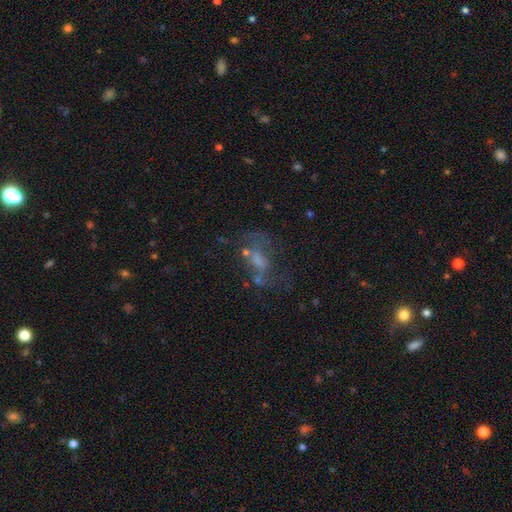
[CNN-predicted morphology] Smooth or featured? Predicted: featured or disk (p=0.48). Merging? Predicted: none (p=0.41).